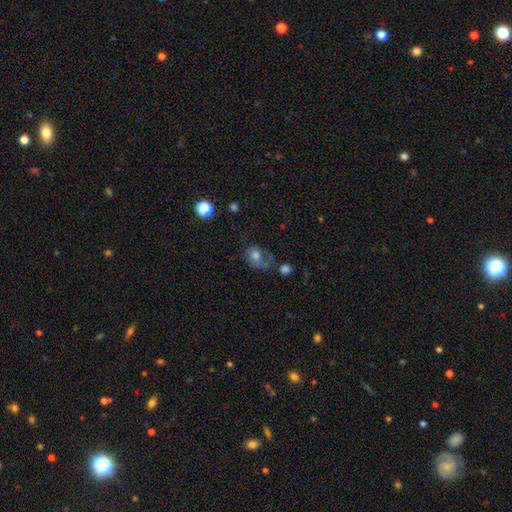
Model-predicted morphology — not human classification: type=smooth (59%); roundness=in between (55%); merging=none (37%).